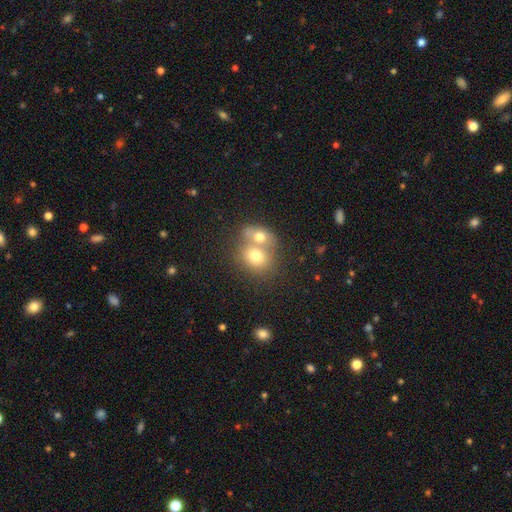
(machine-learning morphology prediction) The model was most divided on "how rounded": round: 63%, in between: 36%, cigar-shaped: 1%. More confident: smooth or featured — smooth (70%); merging — merger (62%).